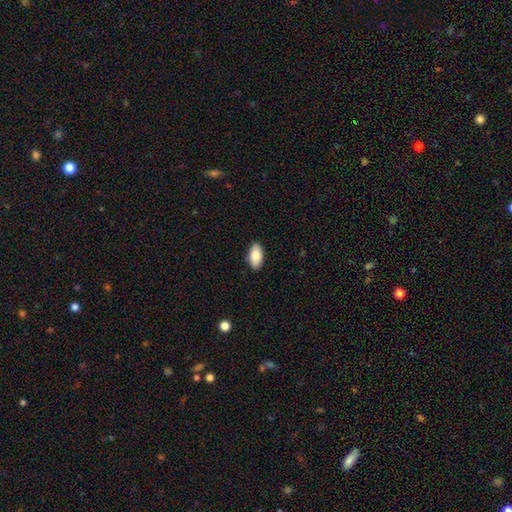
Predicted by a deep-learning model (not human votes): smooth_or_featured: smooth (p=0.85) [alt: featured or disk p=0.08]
how_rounded: in between (p=0.94) [alt: cigar-shaped p=0.04]
merging: none (p=0.90) [alt: minor disturbance p=0.08]